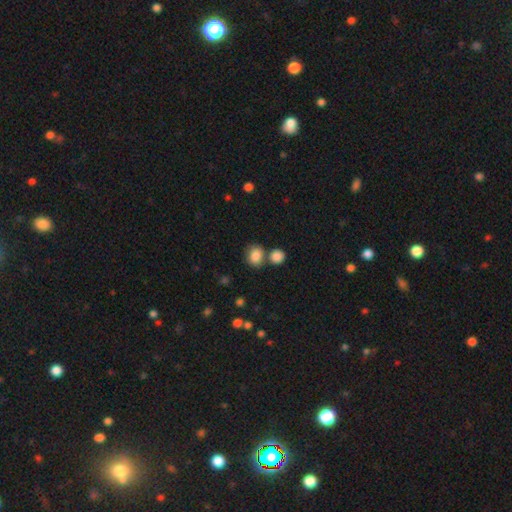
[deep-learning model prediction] Q: Smooth or featured?
A: smooth (85%); runner-up: star or artifact (9%)
Q: How rounded?
A: round (59%); runner-up: in between (40%)
Q: Merging?
A: none (59%); runner-up: merger (26%)